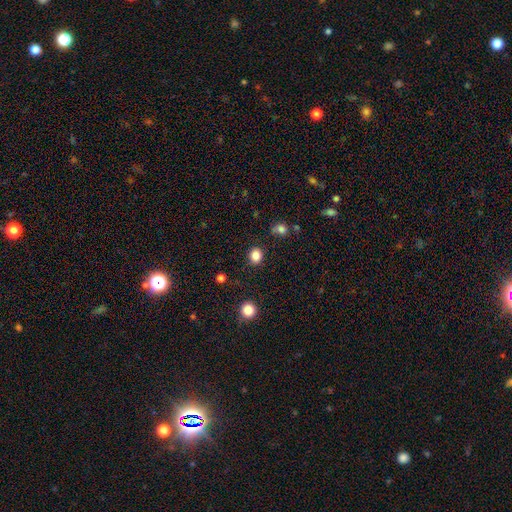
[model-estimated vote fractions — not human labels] Smooth or featured: smooth — 85% (star or artifact — 11%)
How rounded: round — 73% (in between — 26%)
Merging: none — 87% (minor disturbance — 8%)